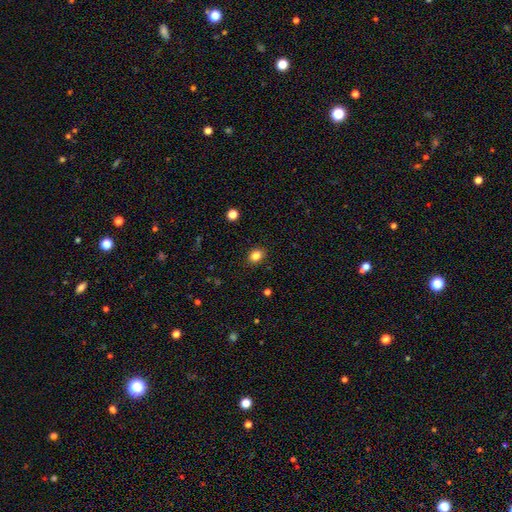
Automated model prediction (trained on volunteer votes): A smooth galaxy with no disk features (84%) that is in between round and cigar-shaped (54%). Merging: none (89%).